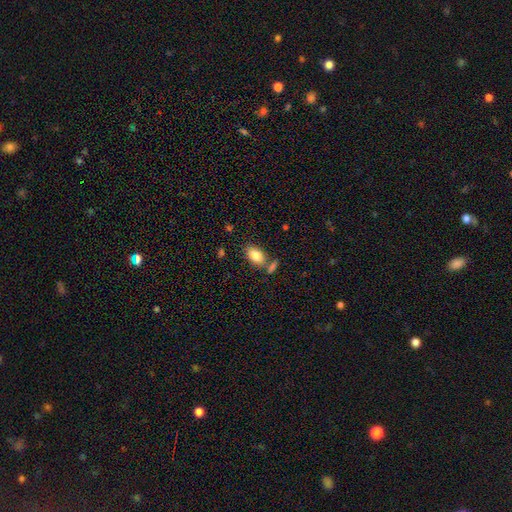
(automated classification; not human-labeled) A smooth galaxy with no disk features (81%) that is in between round and cigar-shaped (90%). Merging: none (65%).